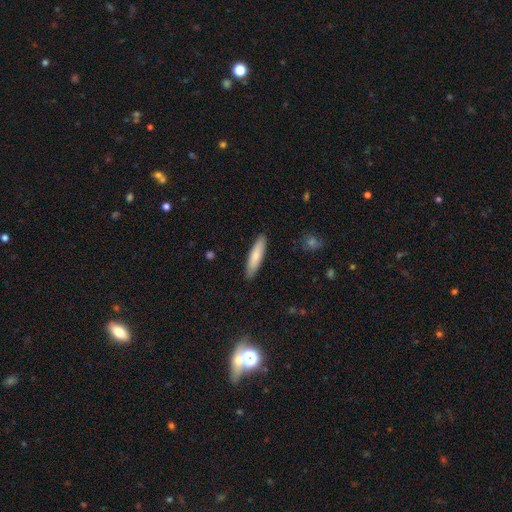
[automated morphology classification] type=smooth (79%); roundness=cigar-shaped (77%); merging=none (90%).